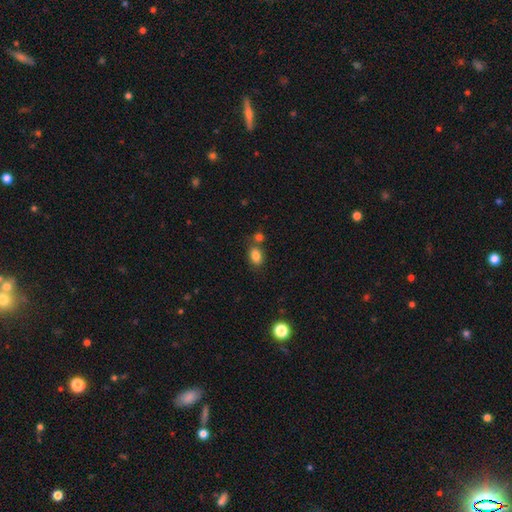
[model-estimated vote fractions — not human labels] Smooth or featured? Predicted: smooth (p=0.84). How rounded? Predicted: in between (p=0.79). Merging? Predicted: none (p=0.62).